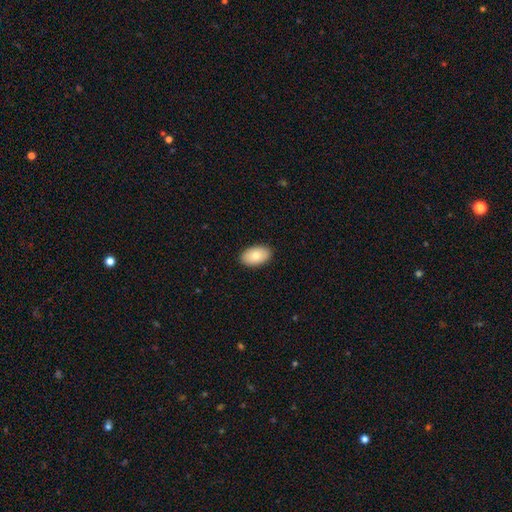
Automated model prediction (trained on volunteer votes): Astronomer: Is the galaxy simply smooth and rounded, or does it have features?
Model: smooth — 81%.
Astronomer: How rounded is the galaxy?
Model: in between — 94%.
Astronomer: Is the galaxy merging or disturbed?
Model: none — 90%.